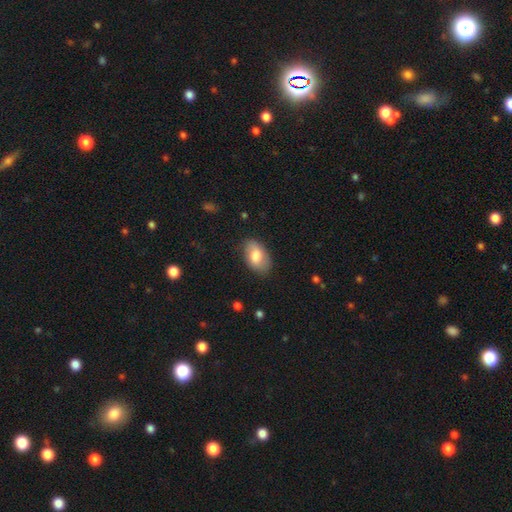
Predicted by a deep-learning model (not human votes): Overall: smooth (76%). How rounded: in between (92%). Merging: none (78%).